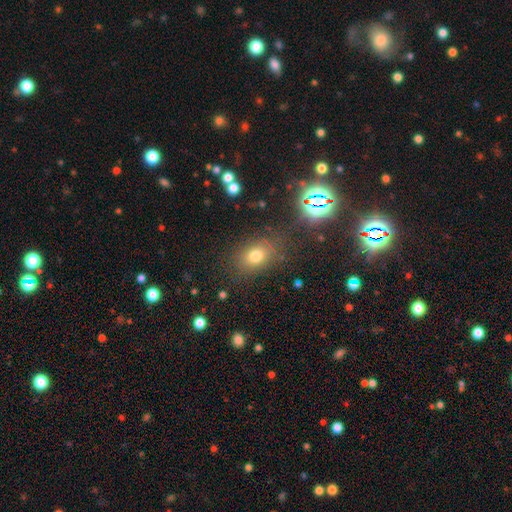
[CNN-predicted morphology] A smooth galaxy with no disk features (67%) that is in between round and cigar-shaped (66%). Merging: none (80%).